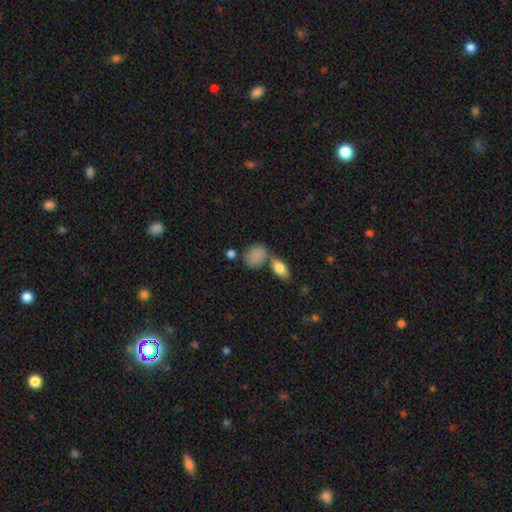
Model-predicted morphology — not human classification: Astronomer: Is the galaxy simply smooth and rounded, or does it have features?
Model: smooth — 83%.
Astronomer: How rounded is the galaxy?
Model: in between — 69%.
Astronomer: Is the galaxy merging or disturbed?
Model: none — 53%.